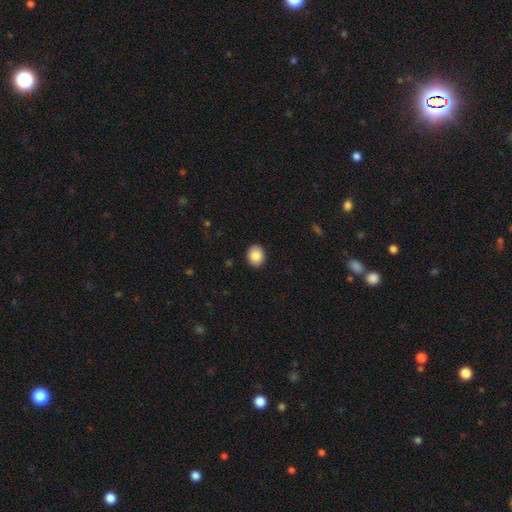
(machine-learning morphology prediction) A smooth galaxy with no disk features (86%) that is round (61%).

Vote fractions:
- Smooth or featured? smooth: 86% / star or artifact: 8% / featured or disk: 6%
- How rounded? round: 61% / in between: 38% / cigar-shaped: 1%
- Merging? none: 91% / minor disturbance: 6% / major disturbance: 2% / merger: 1%